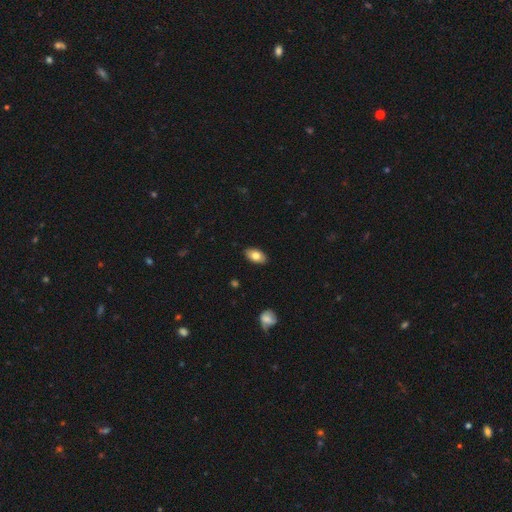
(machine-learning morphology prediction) A smooth galaxy with no disk features (79%) that is in between round and cigar-shaped (92%). Merging: none (88%).